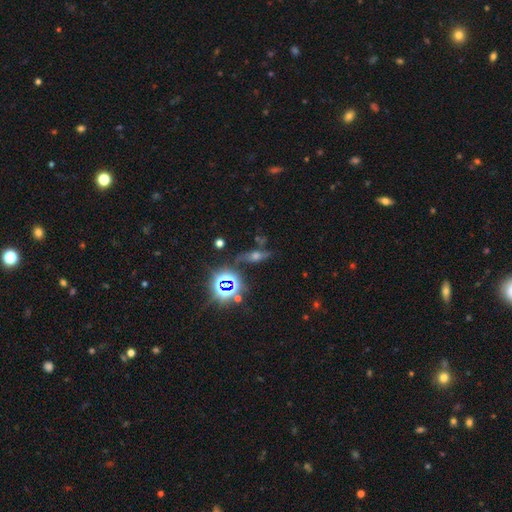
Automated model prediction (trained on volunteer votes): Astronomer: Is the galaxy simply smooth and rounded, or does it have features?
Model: star or artifact — 41% (runner-up: featured or disk, 34%).